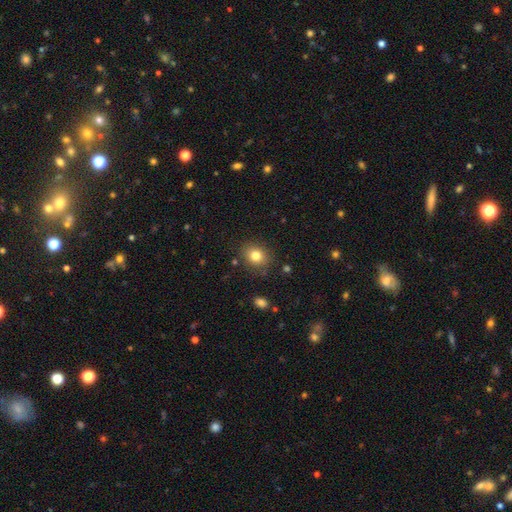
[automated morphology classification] Q: Smooth or featured?
A: smooth (80%); runner-up: star or artifact (12%)
Q: How rounded?
A: round (64%); runner-up: in between (35%)
Q: Merging?
A: none (84%); runner-up: minor disturbance (11%)